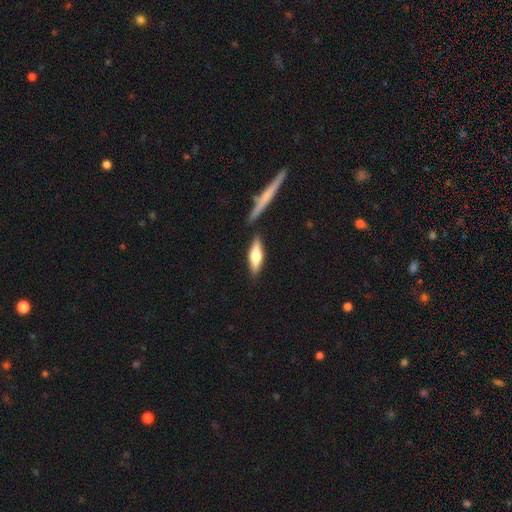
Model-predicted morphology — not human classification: Q: Smooth or featured?
A: smooth (53%); runner-up: featured or disk (41%)
Q: How rounded?
A: cigar-shaped (55%); runner-up: in between (42%)
Q: Merging?
A: none (81%); runner-up: minor disturbance (10%)